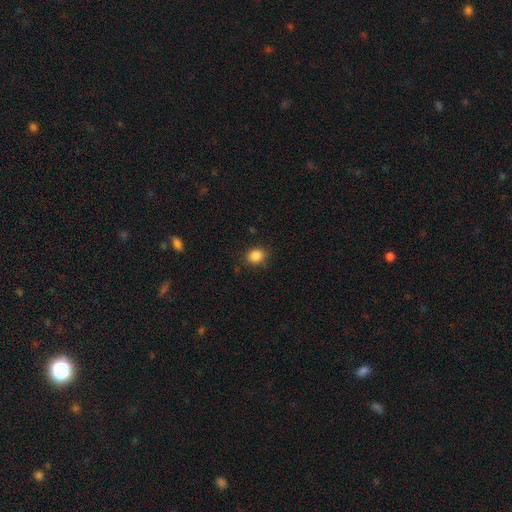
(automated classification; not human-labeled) Smooth or featured? smooth (86%)
How rounded? round (66%)
Merging? none (85%)